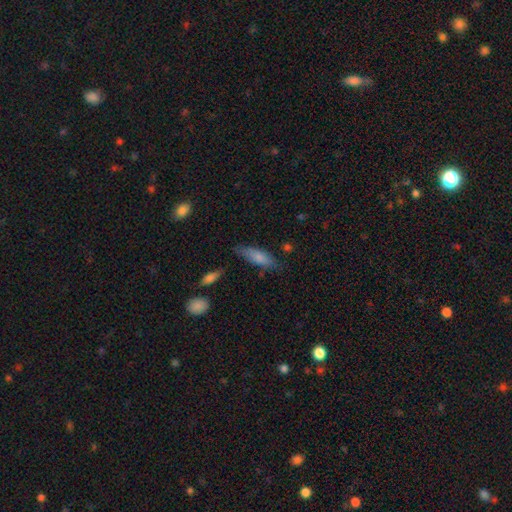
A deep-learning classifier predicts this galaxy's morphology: smooth 70%, featured or disk 22%, star or artifact 8%. Down the decision tree: how rounded — cigar-shaped (54%); merging — none (72%).